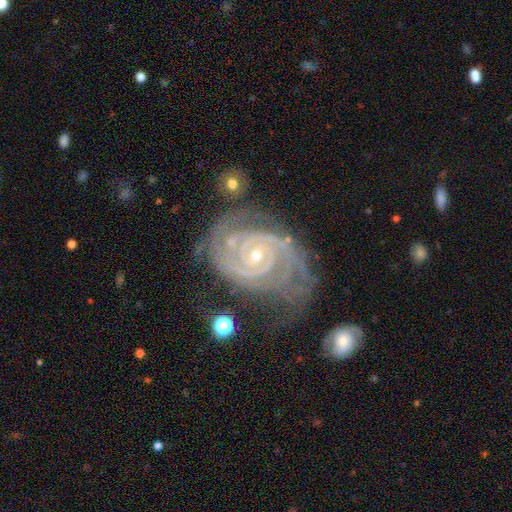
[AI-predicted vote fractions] This is clearly a featured or disk galaxy (92%). It is clearly not viewed edge-on (98%). Bar: likely no (66%). Spiral arm pattern: clearly yes (98%). Spiral arm count: possibly 2 (54%). Spiral winding: likely tight (78%). Central bulge: likely small (71%). Merging: possibly none (56%).